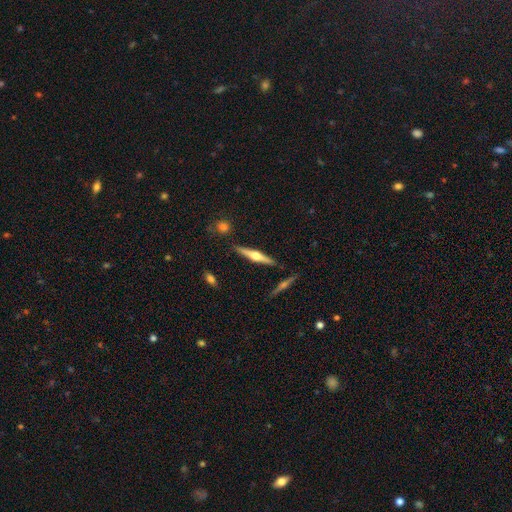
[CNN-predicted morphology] This appears to be a featured or disk galaxy (73%) viewed edge-on (98%) with a rounded central bulge (93%). Merging: none (87%).